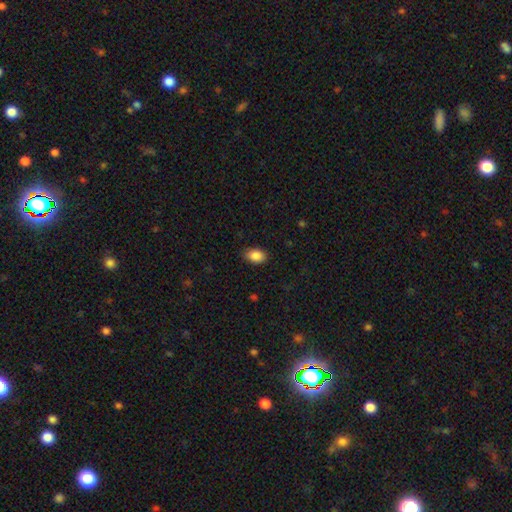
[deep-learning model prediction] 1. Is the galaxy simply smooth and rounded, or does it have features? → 88% smooth, 8% star or artifact, 4% featured or disk.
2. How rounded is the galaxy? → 86% in between, 12% round, 1% cigar-shaped.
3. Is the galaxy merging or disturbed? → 83% none, 13% minor disturbance, 3% major disturbance, 1% merger.